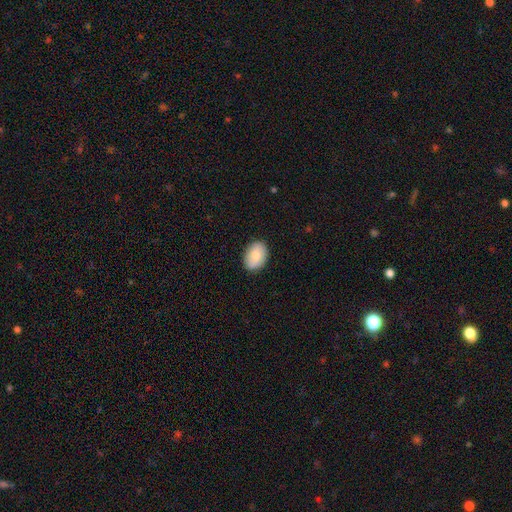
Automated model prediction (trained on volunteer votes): Smooth or featured?
  - smooth: 82% *
  - featured or disk: 11%
  - star or artifact: 6%
How rounded?
  - in between: 79% *
  - round: 20%
  - cigar-shaped: 1%
Merging?
  - none: 87% *
  - minor disturbance: 10%
  - major disturbance: 2%
  - merger: 1%